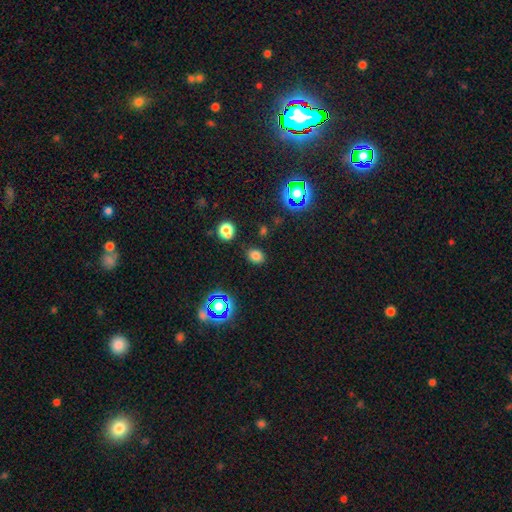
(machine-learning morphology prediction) type=smooth (75%); roundness=in between (54%); merging=none (84%).